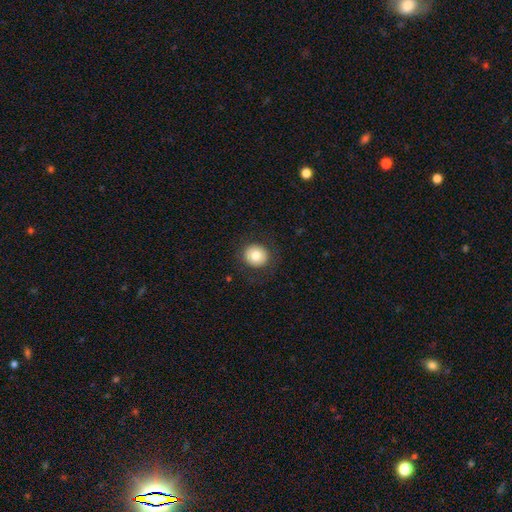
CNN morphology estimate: Q: Smooth or featured?
A: smooth (79%); runner-up: featured or disk (12%)
Q: How rounded?
A: round (90%); runner-up: in between (9%)
Q: Merging?
A: none (88%); runner-up: minor disturbance (8%)